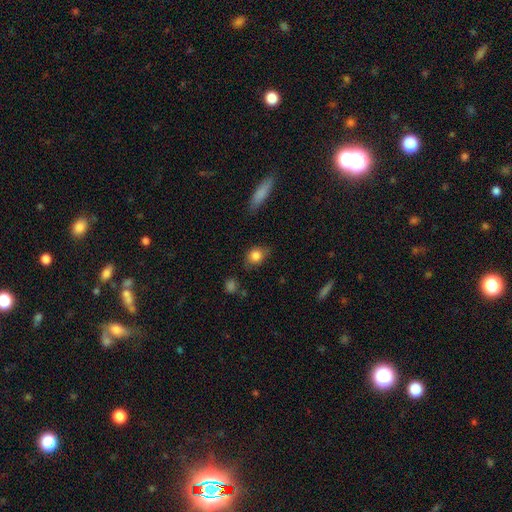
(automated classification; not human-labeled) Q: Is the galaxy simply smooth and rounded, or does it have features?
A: smooth — 82%.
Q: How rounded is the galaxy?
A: round — 51%.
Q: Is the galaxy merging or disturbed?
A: none — 67%.